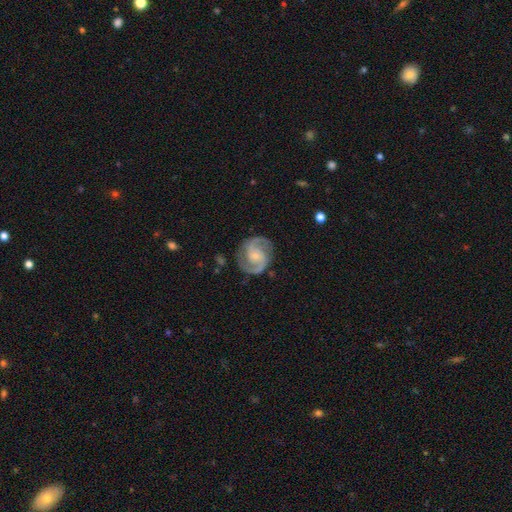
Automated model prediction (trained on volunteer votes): Smooth or featured?
  - featured or disk: 89% *
  - smooth: 7%
  - star or artifact: 4%
Edge-on disk?
  - no: 98% *
  - yes: 2%
Bar?
  - no: 60% *
  - weak: 31%
  - strong: 9%
Spiral arms?
  - yes: 98% *
  - no: 2%
Spiral winding?
  - medium: 55% *
  - tight: 33%
  - loose: 12%
Spiral arm count?
  - 2: 92% *
  - can't tell: 3%
  - 3: 2%
  - 1: 1%
  - 4: 1%
  - more than 4: 1%
Bulge size?
  - small: 69% *
  - moderate: 24%
  - none: 4%
  - large: 2%
  - dominant: 1%
Merging?
  - none: 81% *
  - minor disturbance: 13%
  - major disturbance: 5%
  - merger: 1%